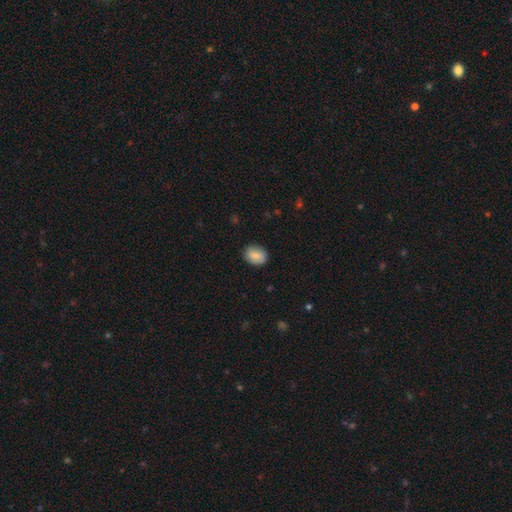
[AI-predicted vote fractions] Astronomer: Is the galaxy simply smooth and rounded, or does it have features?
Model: smooth — 85%.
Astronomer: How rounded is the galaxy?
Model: in between — 62%.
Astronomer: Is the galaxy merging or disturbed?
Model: none — 86%.